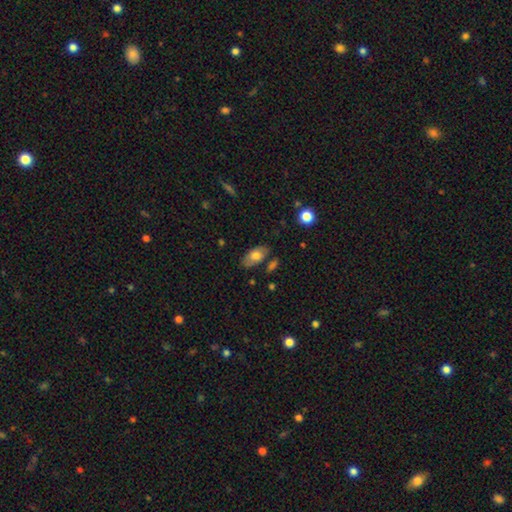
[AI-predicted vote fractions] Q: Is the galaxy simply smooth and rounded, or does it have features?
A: smooth — 67%.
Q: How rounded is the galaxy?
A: in between — 91%.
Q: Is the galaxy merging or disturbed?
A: none — 73%.